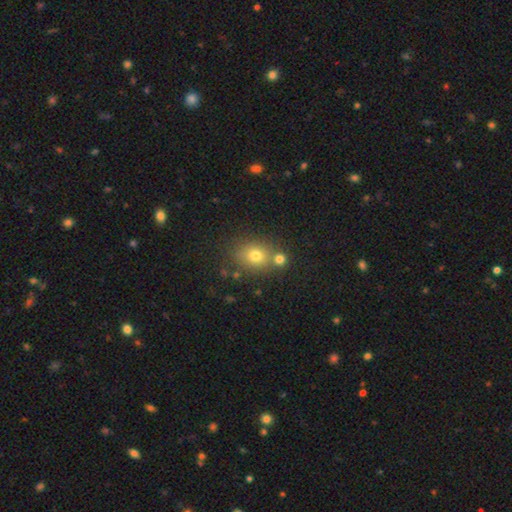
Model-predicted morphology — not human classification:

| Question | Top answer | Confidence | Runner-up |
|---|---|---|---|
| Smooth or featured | smooth | 72% | star or artifact (17%) |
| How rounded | round | 58% | in between (41%) |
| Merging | none | 68% | merger (19%) |